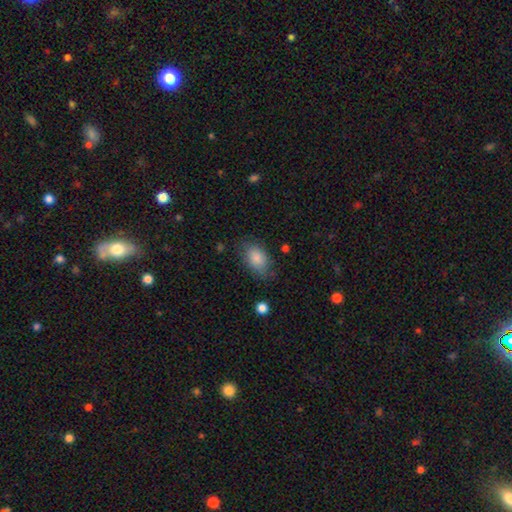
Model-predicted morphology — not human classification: Smooth or featured?
  - smooth: 82% *
  - featured or disk: 9%
  - star or artifact: 9%
How rounded?
  - in between: 88% *
  - round: 10%
  - cigar-shaped: 2%
Merging?
  - none: 72% *
  - minor disturbance: 21%
  - major disturbance: 6%
  - merger: 1%